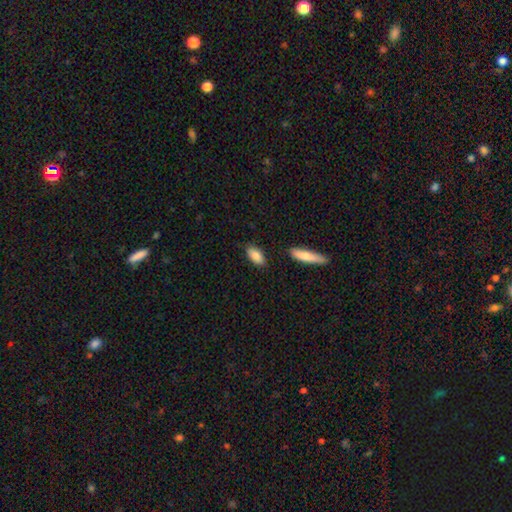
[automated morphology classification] This appears to be a smooth galaxy with no disk features (86%) that is in between round and cigar-shaped (86%). Merging: none (83%).